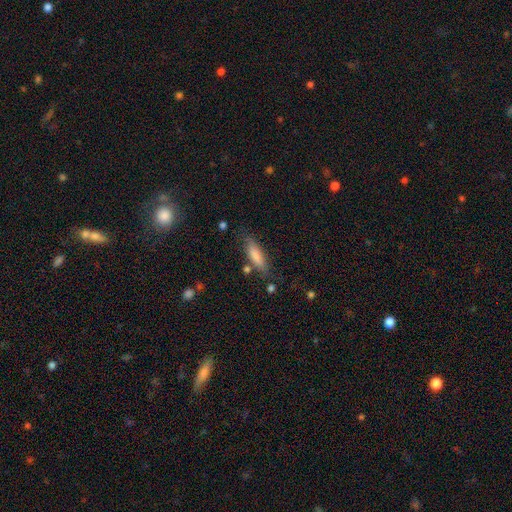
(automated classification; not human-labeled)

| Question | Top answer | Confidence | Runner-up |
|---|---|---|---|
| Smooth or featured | smooth | 80% | featured or disk (13%) |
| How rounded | cigar-shaped | 54% | in between (44%) |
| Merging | none | 72% | minor disturbance (18%) |